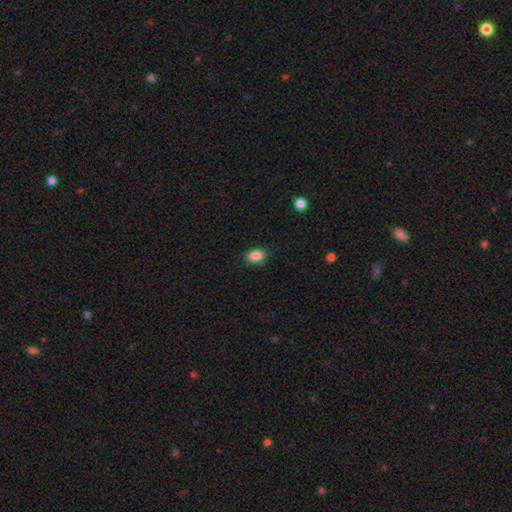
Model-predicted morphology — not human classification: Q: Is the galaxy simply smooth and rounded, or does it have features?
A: smooth — 86%.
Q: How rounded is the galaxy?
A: in between — 82%.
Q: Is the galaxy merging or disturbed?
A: none — 84%.